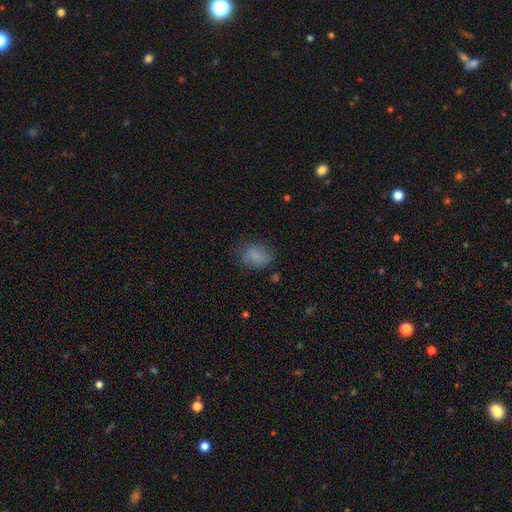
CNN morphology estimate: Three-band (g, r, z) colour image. It shows a smooth galaxy with no disk features (83%) that is in between round and cigar-shaped (66%). Merging: none (72%).